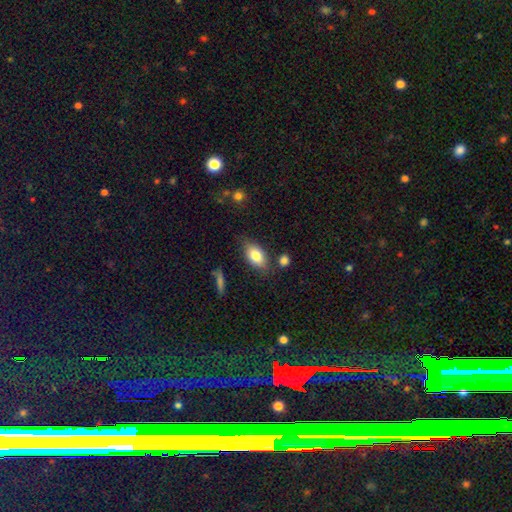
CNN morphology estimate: Smooth or featured: smooth — 80% (featured or disk — 13%)
How rounded: in between — 89% (round — 6%)
Merging: none — 76% (minor disturbance — 15%)